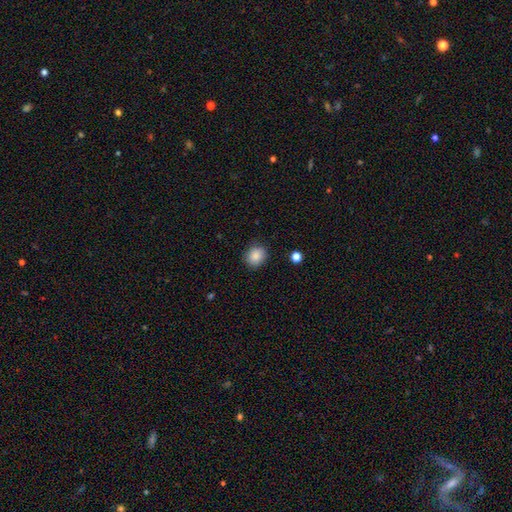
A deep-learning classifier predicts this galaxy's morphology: type=smooth (87%); roundness=round (70%); merging=none (86%).